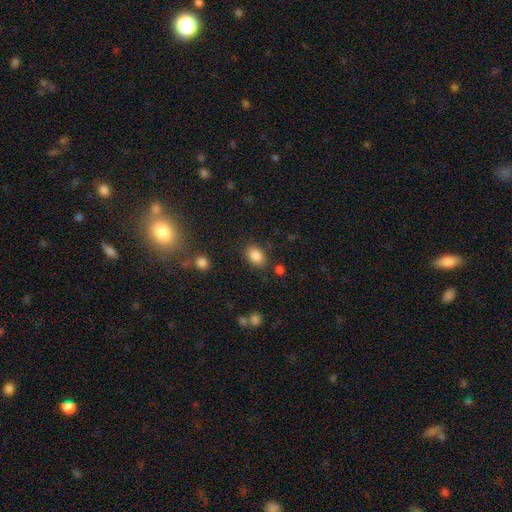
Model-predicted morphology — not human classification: Q: Smooth or featured?
A: smooth (85%); runner-up: star or artifact (10%)
Q: How rounded?
A: in between (72%); runner-up: round (27%)
Q: Merging?
A: none (81%); runner-up: minor disturbance (12%)